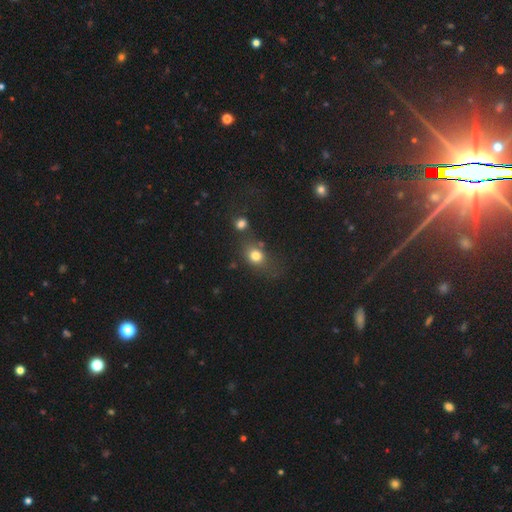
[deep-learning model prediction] This appears to be a smooth galaxy with no disk features (76%) that is round (53%). Merging: none (52%).